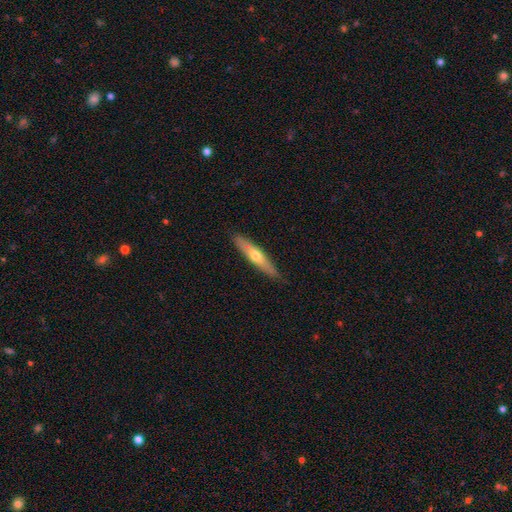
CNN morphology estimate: Smooth or featured? Predicted: smooth (p=0.48). Merging? Predicted: none (p=0.84).